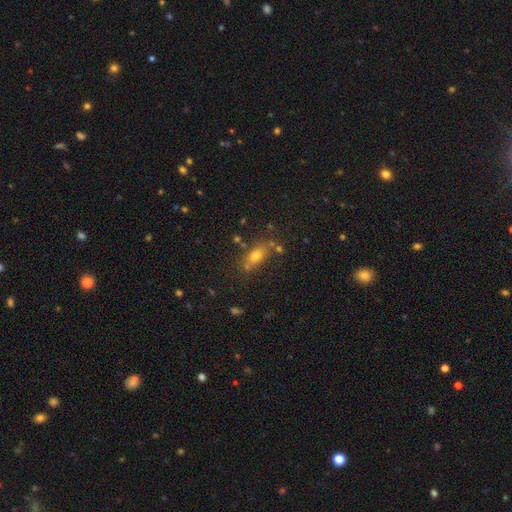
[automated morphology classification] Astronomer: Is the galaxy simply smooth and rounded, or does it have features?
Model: smooth — 68%.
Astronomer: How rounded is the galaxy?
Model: in between — 70%.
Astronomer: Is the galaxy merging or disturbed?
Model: none — 65%.